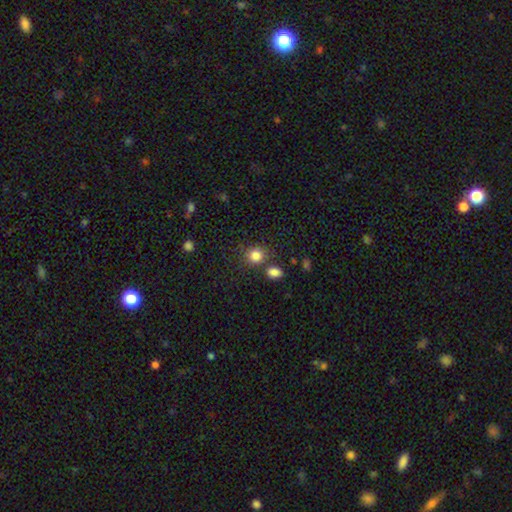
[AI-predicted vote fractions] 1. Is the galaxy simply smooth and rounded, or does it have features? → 83% smooth, 12% star or artifact, 6% featured or disk.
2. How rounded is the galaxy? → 80% round, 19% in between, 1% cigar-shaped.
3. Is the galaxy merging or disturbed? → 71% none, 15% merger, 11% minor disturbance, 4% major disturbance.